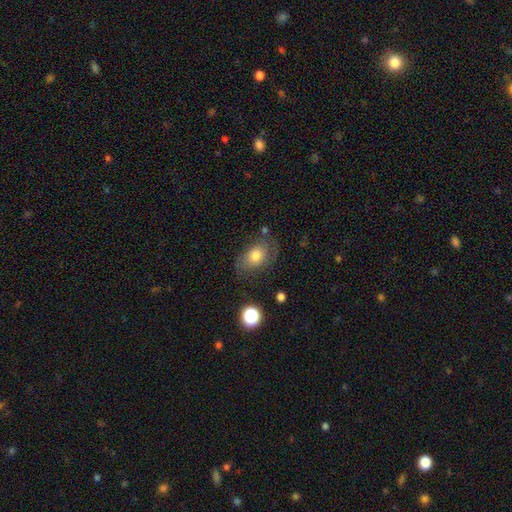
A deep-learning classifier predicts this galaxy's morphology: smooth 54%, featured or disk 36%, star or artifact 10%. Down the decision tree: how rounded — in between (74%); merging — none (61%).